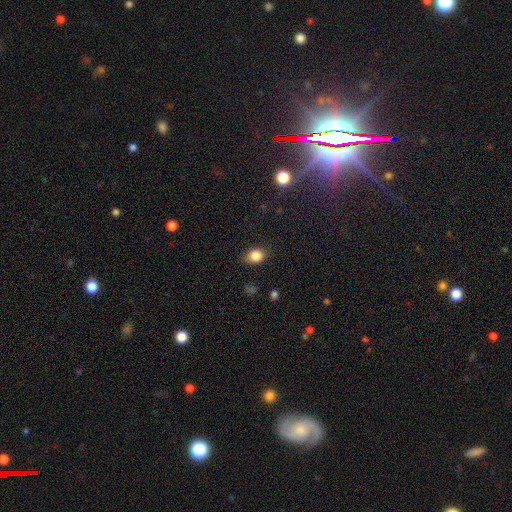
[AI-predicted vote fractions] Smooth or featured?
  - smooth: 84% *
  - star or artifact: 10%
  - featured or disk: 6%
How rounded?
  - in between: 62% *
  - round: 36%
  - cigar-shaped: 1%
Merging?
  - none: 79% *
  - minor disturbance: 16%
  - major disturbance: 4%
  - merger: 1%